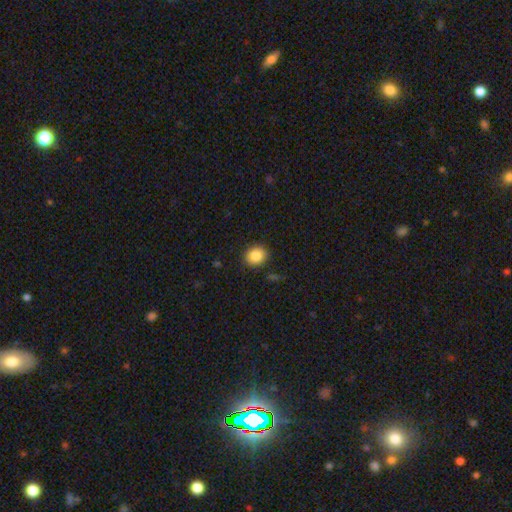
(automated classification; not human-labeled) This is clearly a smooth galaxy (86%). How rounded: likely round (64%). Merging: clearly none (88%).